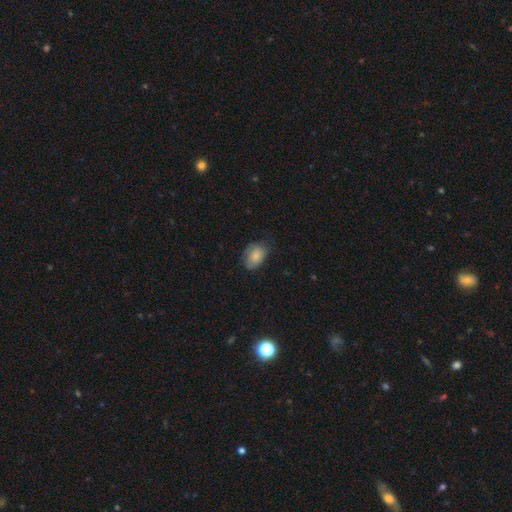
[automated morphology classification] Overall: smooth (80%). How rounded: in between (80%). Merging: none (63%; minor disturbance 29%).